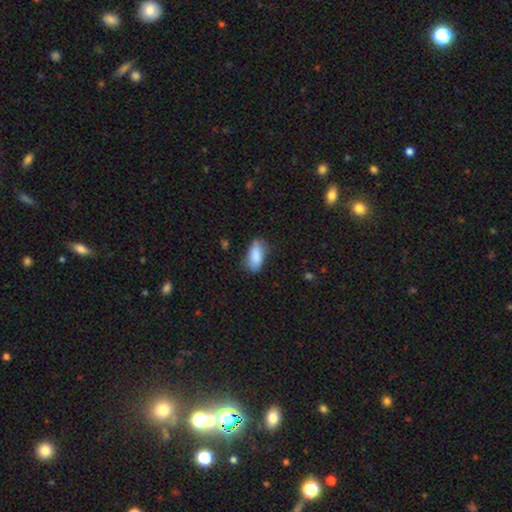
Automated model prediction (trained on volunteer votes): The model was most divided on "merging": none: 71%, minor disturbance: 22%, major disturbance: 5%, merger: 2%. More confident: how rounded — in between (90%); smooth or featured — smooth (86%).